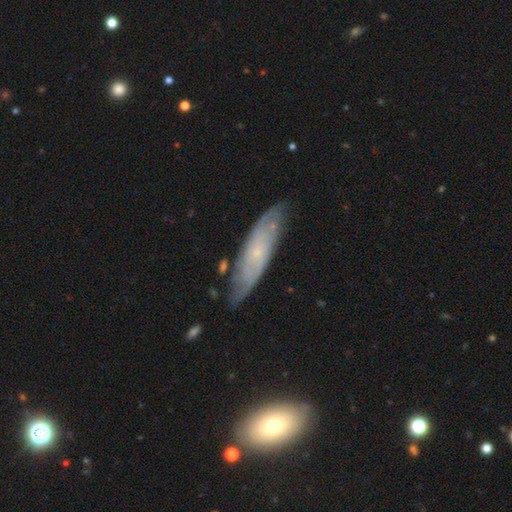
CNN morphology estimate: A featured or disk galaxy (66%). Merging: none (76%).